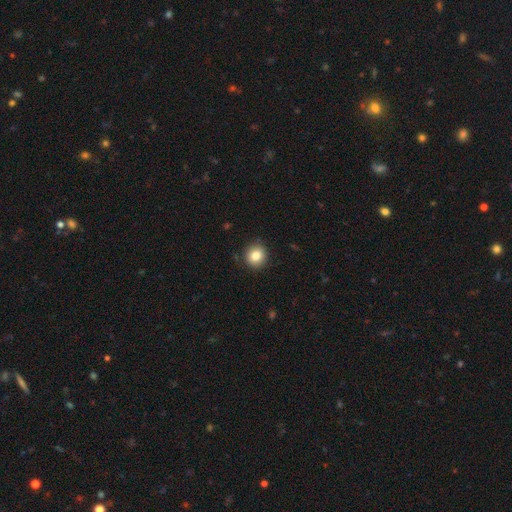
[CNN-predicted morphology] Smooth or featured? smooth (84%)
How rounded? round (88%)
Merging? none (89%)